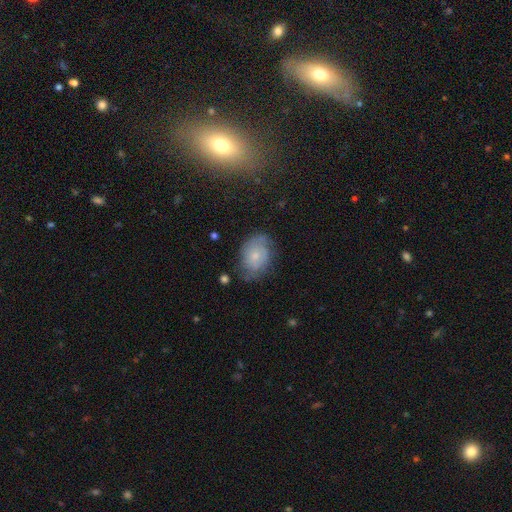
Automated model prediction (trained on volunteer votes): smooth 50%, featured or disk 41%, star or artifact 9%. Down the decision tree: merging — none (61%).